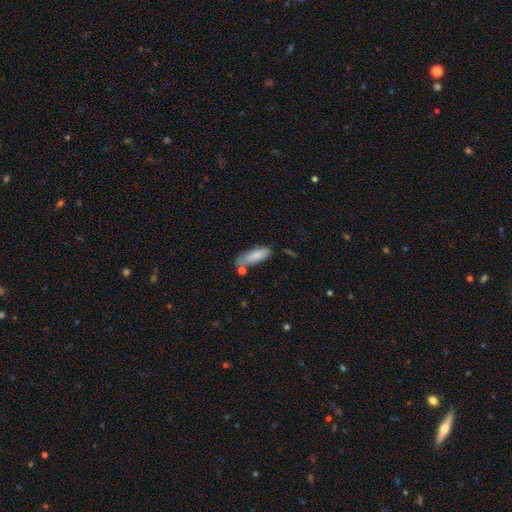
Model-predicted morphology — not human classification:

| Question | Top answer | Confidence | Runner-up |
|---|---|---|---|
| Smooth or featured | smooth | 82% | featured or disk (12%) |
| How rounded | in between | 52% | cigar-shaped (46%) |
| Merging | none | 59% | minor disturbance (23%) |